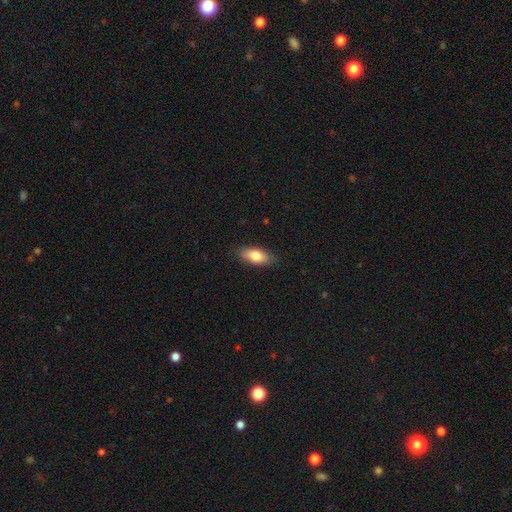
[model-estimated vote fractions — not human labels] Overall: smooth (78%). How rounded: in between (84%). Merging: none (86%).